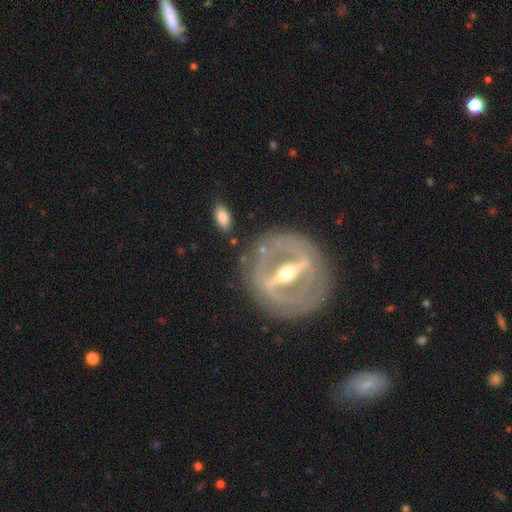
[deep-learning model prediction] A featured or disk galaxy (85%) with a strong bar (86%), no spiral arms (61%) and a moderate central bulge (69%). Merging: none (81%).